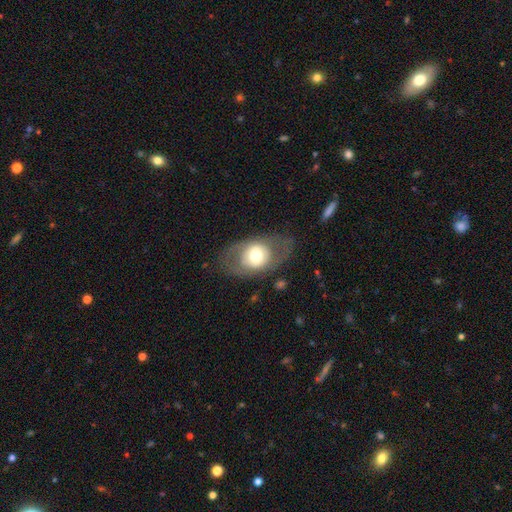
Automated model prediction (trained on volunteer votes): Smooth or featured? Predicted: smooth (p=0.49). Merging? Predicted: none (p=0.72).